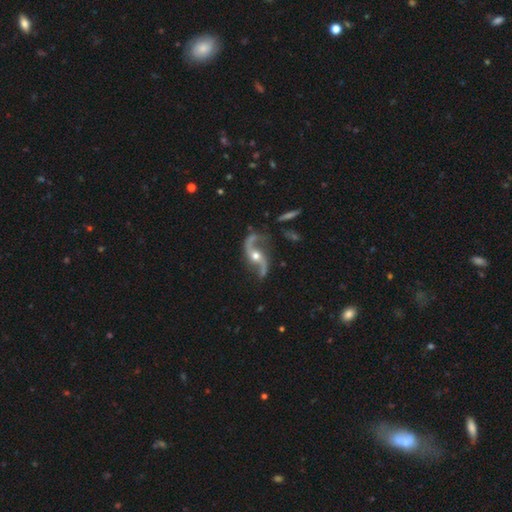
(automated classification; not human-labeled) smooth_or_featured: featured or disk (p=0.92) [alt: star or artifact p=0.05]
disk_edge_on: no (p=0.96) [alt: yes p=0.04]
bar: no (p=0.58) [alt: weak p=0.26]
has_spiral_arms: yes (p=0.97) [alt: no p=0.03]
spiral_winding: loose (p=0.86) [alt: medium p=0.11]
spiral_arm_count: 2 (p=0.94) [alt: 1 p=0.02]
bulge_size: moderate (p=0.71) [alt: small p=0.21]
merging: none (p=0.74) [alt: minor disturbance p=0.15]